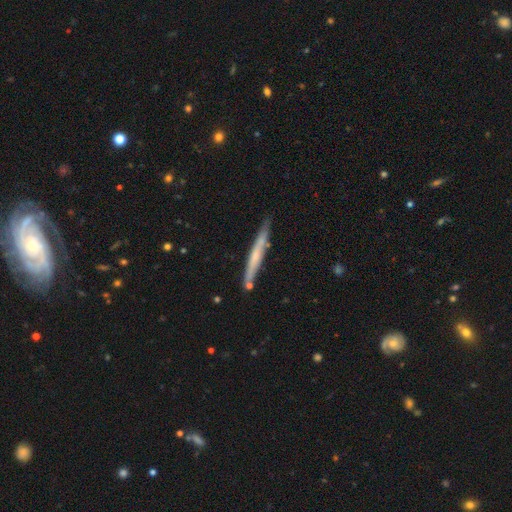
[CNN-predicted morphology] Smooth or featured? featured or disk (48%)
Merging? none (80%)